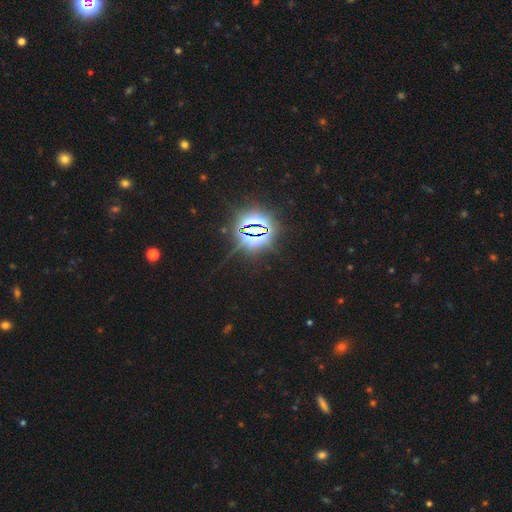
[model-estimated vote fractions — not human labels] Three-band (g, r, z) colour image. It shows a star or artifact, not a galaxy (84%).